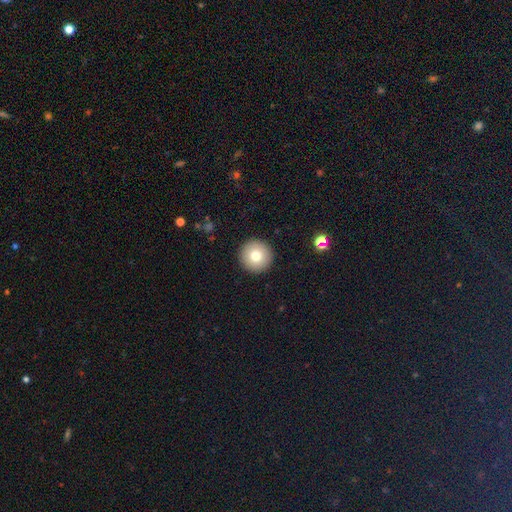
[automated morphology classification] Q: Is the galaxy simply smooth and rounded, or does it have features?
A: smooth — 76%.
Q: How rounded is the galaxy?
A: round — 97%.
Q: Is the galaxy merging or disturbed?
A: none — 93%.